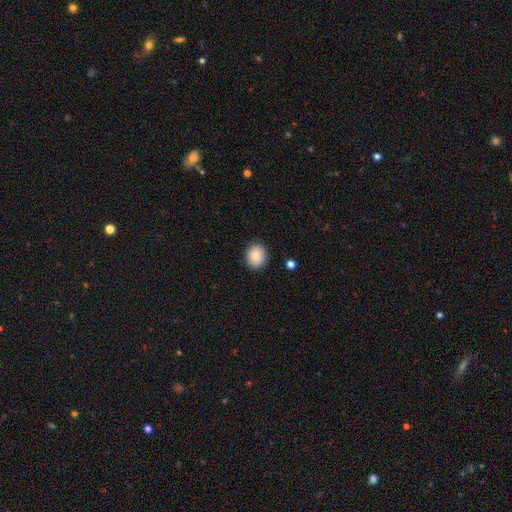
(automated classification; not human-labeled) smooth 88%, star or artifact 8%, featured or disk 4%. Down the decision tree: how rounded — round (60%); merging — none (89%).